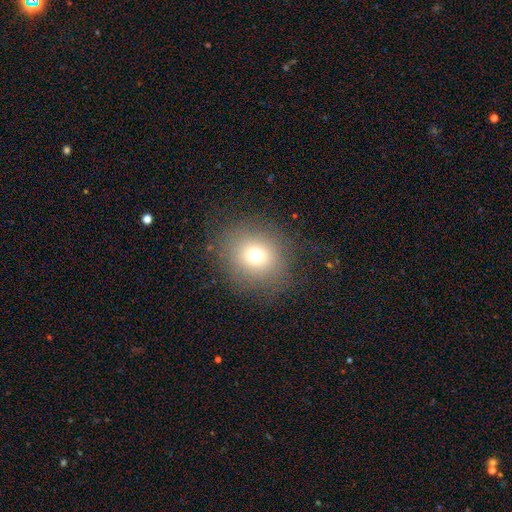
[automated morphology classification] Smooth or featured?
  - smooth: 70% *
  - star or artifact: 18%
  - featured or disk: 12%
How rounded?
  - round: 86% *
  - in between: 14%
  - cigar-shaped: 1%
Merging?
  - none: 83% *
  - minor disturbance: 10%
  - major disturbance: 6%
  - merger: 1%